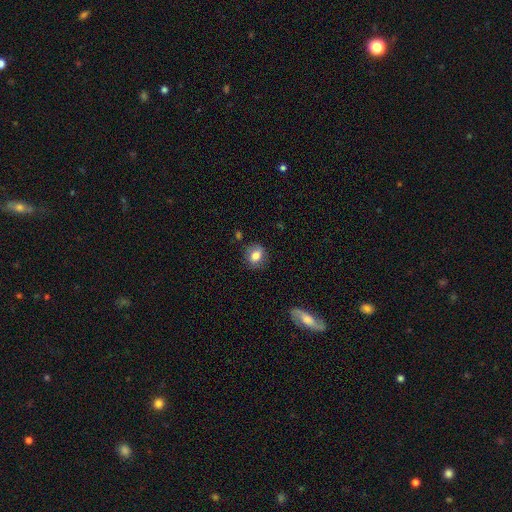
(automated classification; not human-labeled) Overall: smooth (77%). How rounded: round (61%; in between 37%). Merging: none (79%).